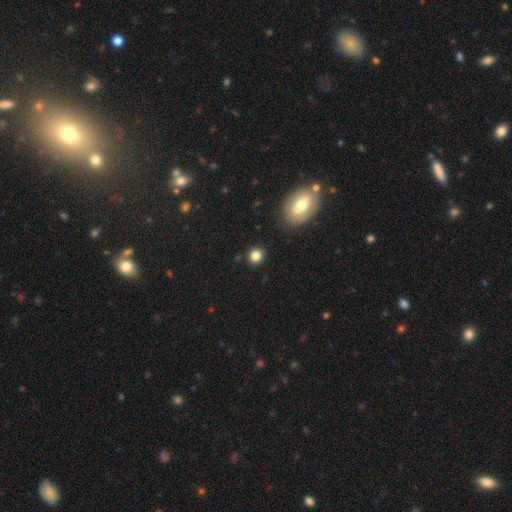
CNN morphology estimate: type=smooth (83%); roundness=round (89%); merging=none (88%).